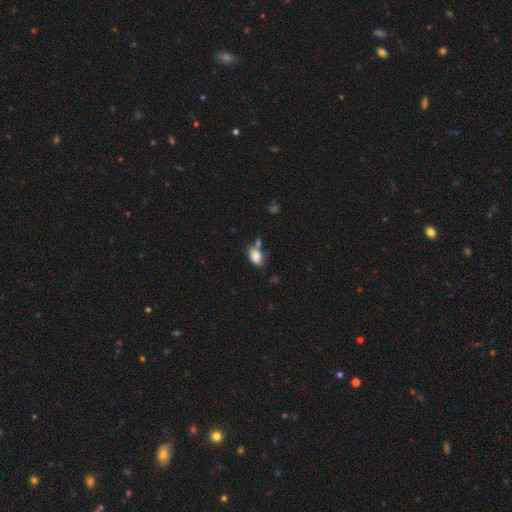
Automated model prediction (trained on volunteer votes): smooth_or_featured: smooth (p=0.83) [alt: star or artifact p=0.09]
how_rounded: in between (p=0.87) [alt: round p=0.11]
merging: none (p=0.50) [alt: merger p=0.21]